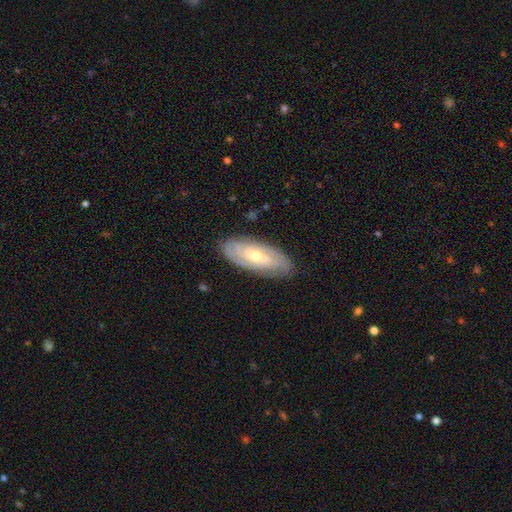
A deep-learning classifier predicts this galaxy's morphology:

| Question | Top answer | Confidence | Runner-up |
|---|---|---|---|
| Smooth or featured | featured or disk | 75% | smooth (19%) |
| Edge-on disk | no | 88% | yes (12%) |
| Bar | no | 54% | weak (34%) |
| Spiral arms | yes | 88% | no (12%) |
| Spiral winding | tight | 72% | medium (22%) |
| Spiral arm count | can't tell | 43% | 2 (30%) |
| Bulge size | moderate | 49% | small (48%) |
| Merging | none | 84% | minor disturbance (12%) |